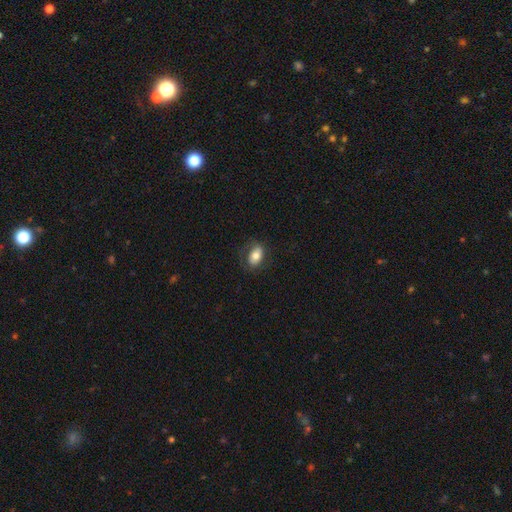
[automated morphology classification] type=smooth (70%); roundness=in between (87%); merging=none (70%).